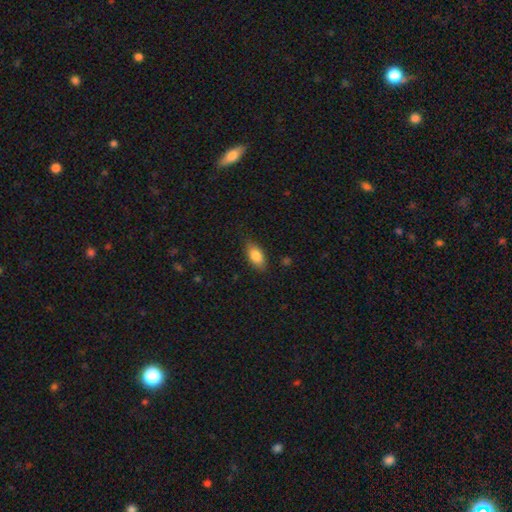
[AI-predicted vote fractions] The model was most divided on "merging": none: 82%, minor disturbance: 14%, major disturbance: 3%, merger: 1%. More confident: how rounded — in between (88%); smooth or featured — smooth (84%).